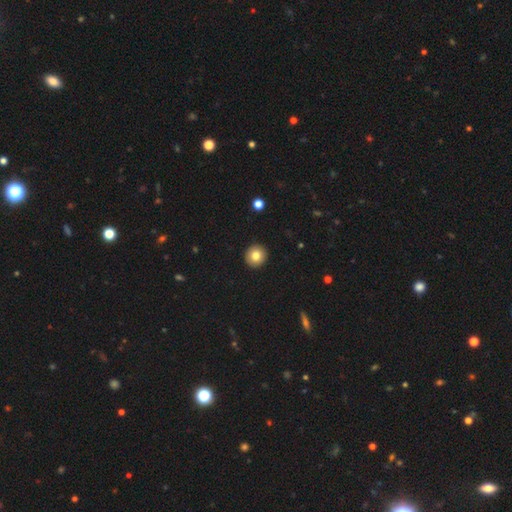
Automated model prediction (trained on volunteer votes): smooth 80%, featured or disk 10%, star or artifact 9%. Down the decision tree: how rounded — round (94%); merging — none (93%).